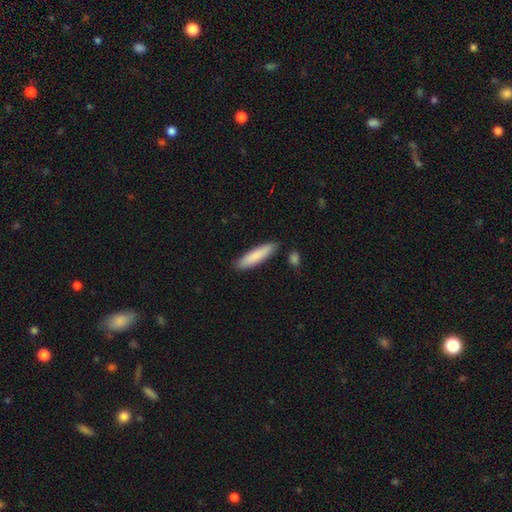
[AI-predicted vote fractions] Smooth or featured? Predicted: smooth (p=0.84). How rounded? Predicted: cigar-shaped (p=0.75). Merging? Predicted: none (p=0.86).